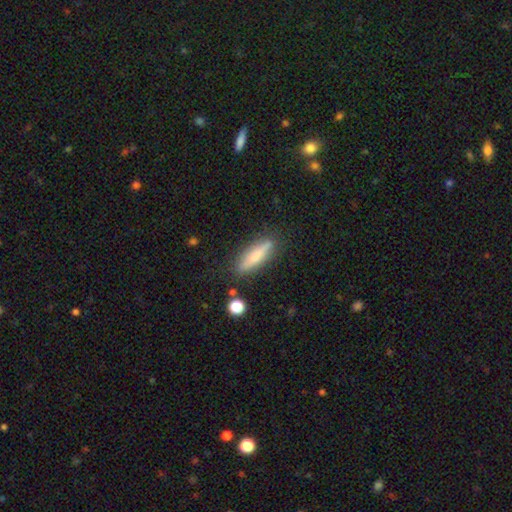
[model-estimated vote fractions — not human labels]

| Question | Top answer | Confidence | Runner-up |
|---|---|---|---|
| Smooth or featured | smooth | 61% | featured or disk (32%) |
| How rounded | cigar-shaped | 78% | in between (20%) |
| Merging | none | 83% | minor disturbance (12%) |